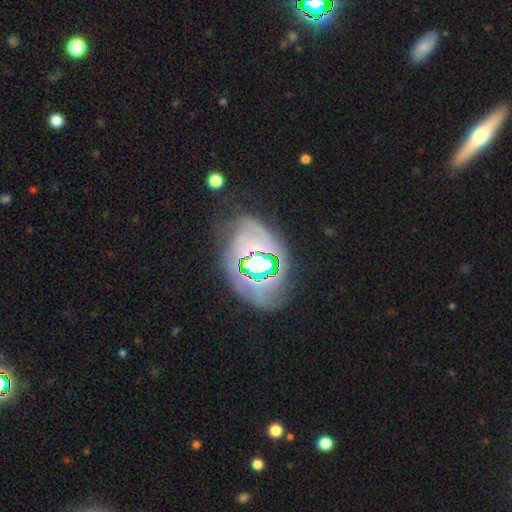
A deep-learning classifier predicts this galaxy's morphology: A featured or disk galaxy (64%) with no bar (69%), spiral arms (75%) and a moderate central bulge (39%).

Vote fractions:
- Smooth or featured? featured or disk: 64% / star or artifact: 19% / smooth: 17%
- Edge-on disk? no: 95% / yes: 5%
- Bar? no: 69% / weak: 21% / strong: 10%
- Spiral arms? yes: 75% / no: 25%
- Bulge size? moderate: 39% / small: 29% / large: 19% / none: 7% / dominant: 6%
- Merging? none: 64% / minor disturbance: 20% / major disturbance: 12% / merger: 4%